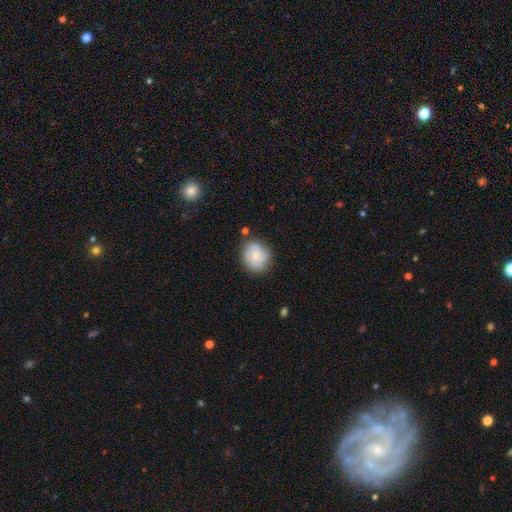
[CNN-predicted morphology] A smooth galaxy with no disk features (61%) that is round (75%).

Vote fractions:
- Smooth or featured? smooth: 61% / featured or disk: 32% / star or artifact: 8%
- How rounded? round: 75% / in between: 24% / cigar-shaped: 1%
- Merging? none: 72% / minor disturbance: 20% / major disturbance: 5% / merger: 3%